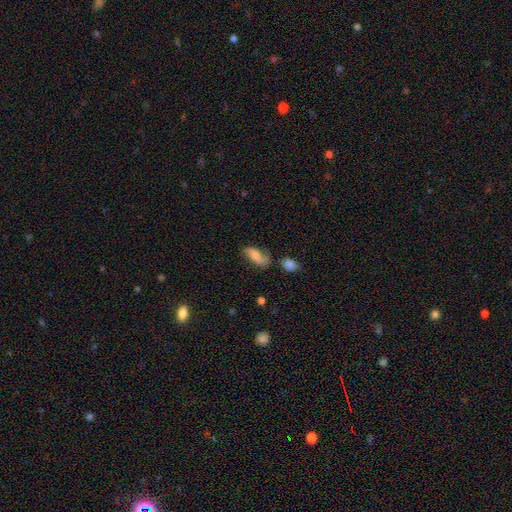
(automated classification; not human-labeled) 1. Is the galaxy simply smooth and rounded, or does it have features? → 53% smooth, 38% featured or disk, 9% star or artifact.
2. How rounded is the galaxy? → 85% in between, 11% cigar-shaped, 4% round.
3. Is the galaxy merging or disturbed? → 50% none, 27% minor disturbance, 14% major disturbance, 9% merger.